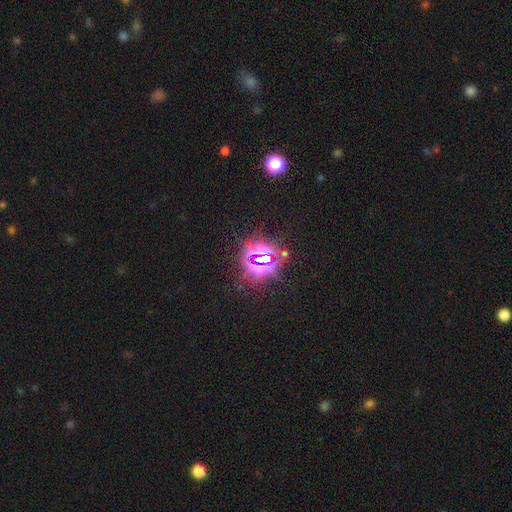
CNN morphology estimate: Smooth or featured? star or artifact (82%)